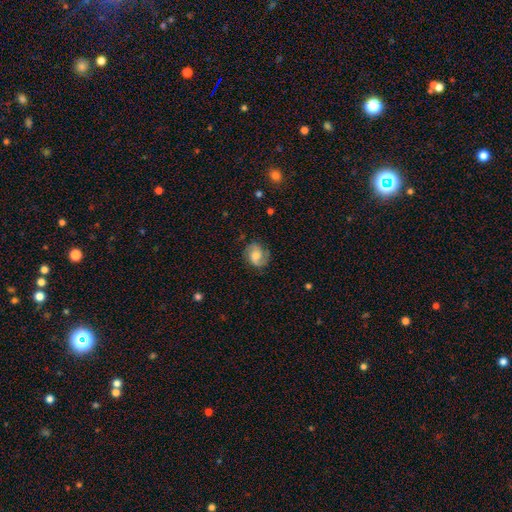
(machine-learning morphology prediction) Q: Smooth or featured?
A: featured or disk (60%); runner-up: smooth (32%)
Q: Edge-on disk?
A: no (97%); runner-up: yes (3%)
Q: Bar?
A: no (56%); runner-up: weak (36%)
Q: Spiral arms?
A: yes (91%); runner-up: no (9%)
Q: Spiral winding?
A: medium (46%); runner-up: loose (30%)
Q: Spiral arm count?
A: 2 (81%); runner-up: can't tell (8%)
Q: Bulge size?
A: moderate (46%); runner-up: small (24%)
Q: Merging?
A: none (72%); runner-up: minor disturbance (19%)